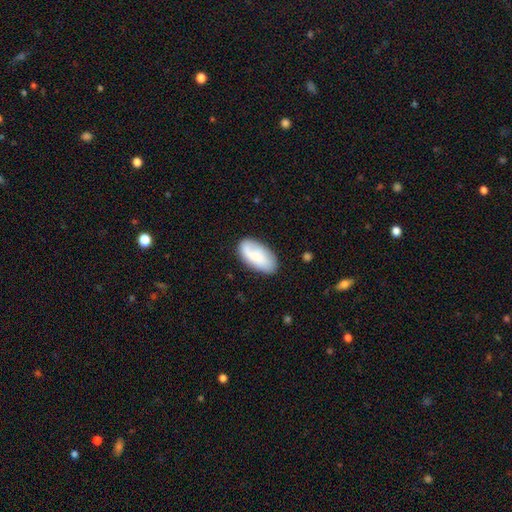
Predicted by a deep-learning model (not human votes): Q: Smooth or featured?
A: smooth (71%); runner-up: featured or disk (22%)
Q: How rounded?
A: in between (94%); runner-up: cigar-shaped (3%)
Q: Merging?
A: none (76%); runner-up: minor disturbance (17%)